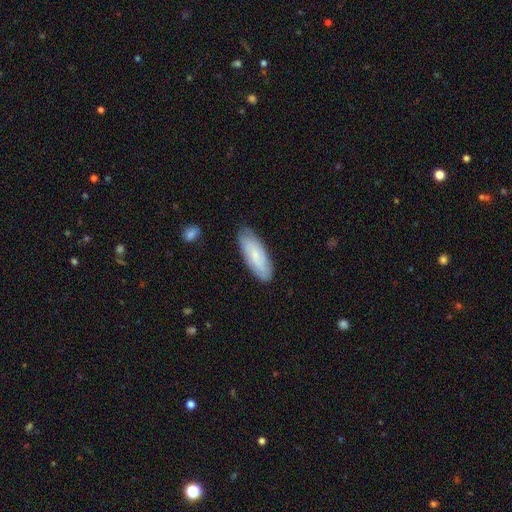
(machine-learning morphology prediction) smooth 60%, featured or disk 34%, star or artifact 6%. Down the decision tree: how rounded — in between (67%); merging — none (82%).